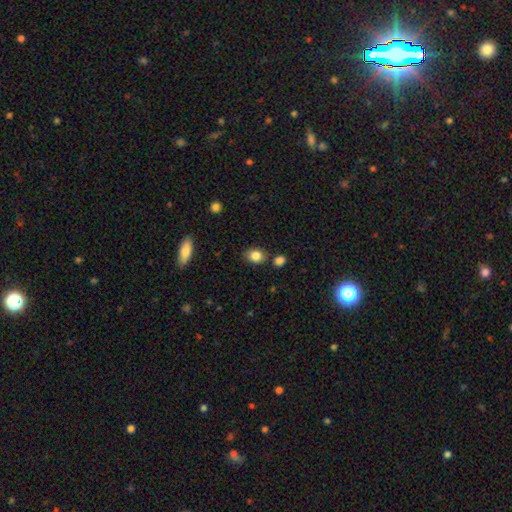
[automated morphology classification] Smooth or featured? Predicted: smooth (p=0.85). How rounded? Predicted: in between (p=0.58). Merging? Predicted: none (p=0.77).